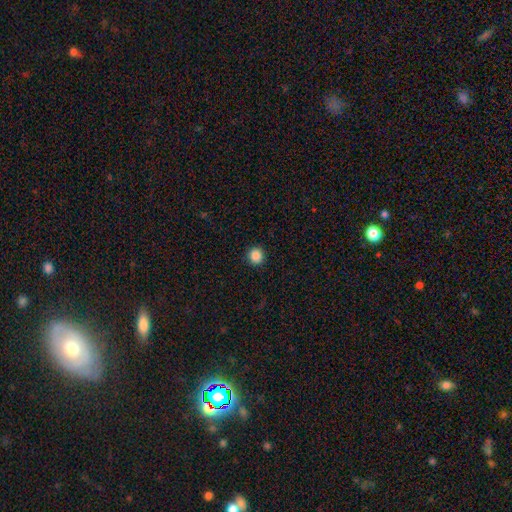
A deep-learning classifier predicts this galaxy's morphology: This is clearly a smooth galaxy (87%). How rounded: clearly round (93%). Merging: clearly none (92%).